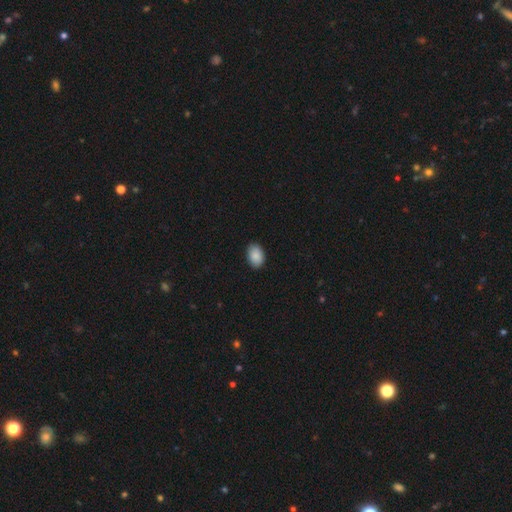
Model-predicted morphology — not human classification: This is clearly a smooth galaxy (89%). How rounded: clearly in between (84%). Merging: clearly none (88%).